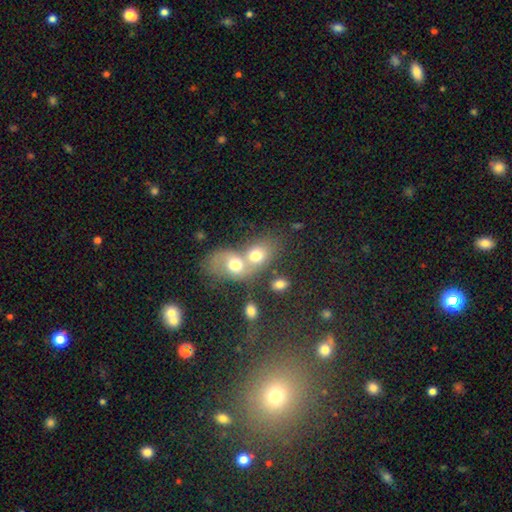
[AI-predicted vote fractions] Q: Smooth or featured?
A: smooth (62%); runner-up: featured or disk (26%)
Q: How rounded?
A: in between (52%); runner-up: round (46%)
Q: Merging?
A: merger (68%); runner-up: none (19%)